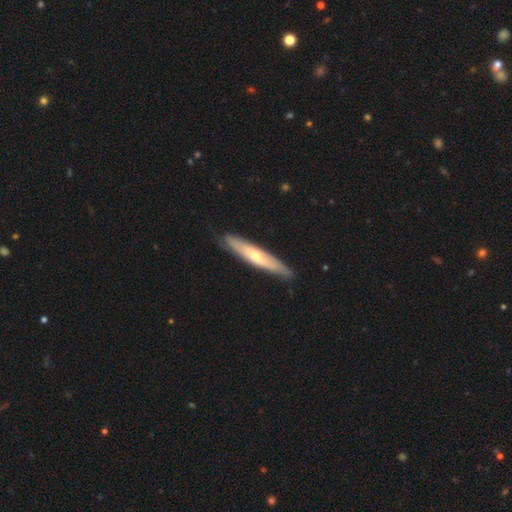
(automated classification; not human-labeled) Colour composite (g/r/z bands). It shows a featured or disk galaxy (53%) viewed edge-on (81%). Merging: none (87%).